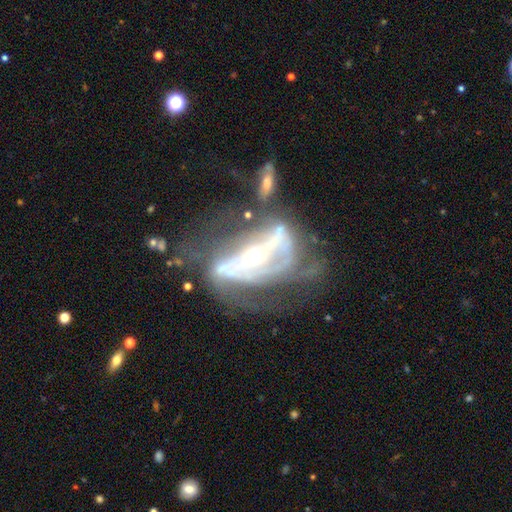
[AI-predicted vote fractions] A featured or disk galaxy (83%) with a strong bar (42%), 2 (39%) tight (38%) spiral arms (75%) and a small central bulge (69%). Merging: major disturbance (37%).